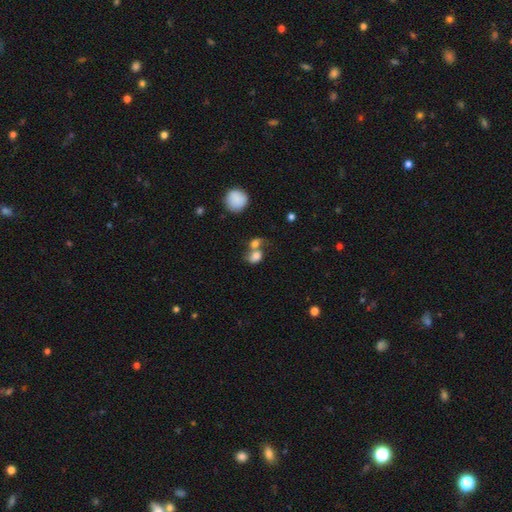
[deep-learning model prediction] This appears to be a smooth galaxy with no disk features (75%) that is in between round and cigar-shaped (55%). Merging: merger (56%).